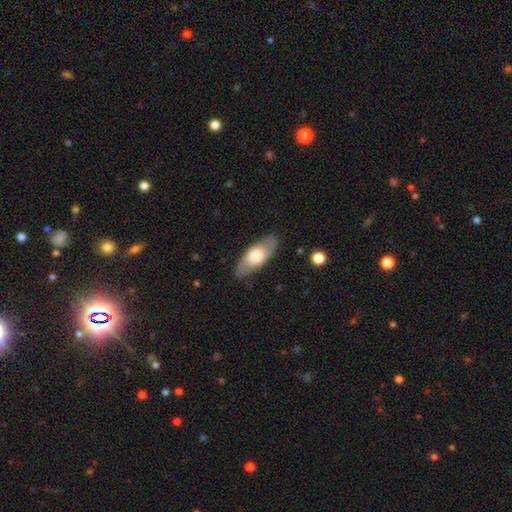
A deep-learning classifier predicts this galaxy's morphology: Overall: smooth (54%; featured or disk 41%). How rounded: in between (80%). Merging: none (84%).